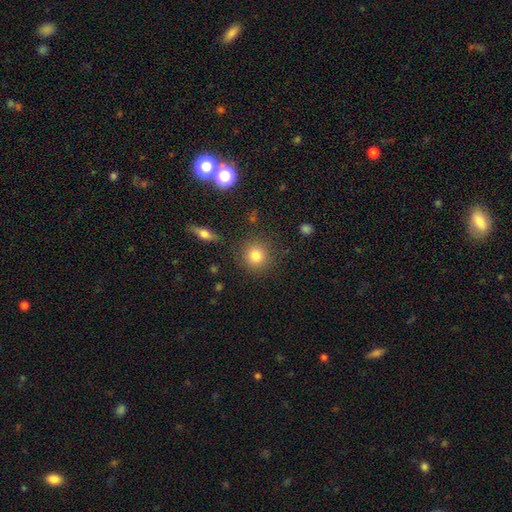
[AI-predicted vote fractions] A smooth galaxy with no disk features (81%) that is round (92%).

Vote fractions:
- Smooth or featured? smooth: 81% / star or artifact: 11% / featured or disk: 7%
- How rounded? round: 92% / in between: 7% / cigar-shaped: 1%
- Merging? none: 86% / minor disturbance: 8% / major disturbance: 3% / merger: 3%